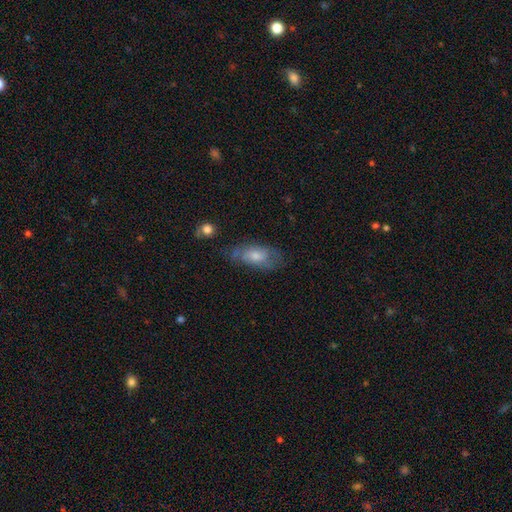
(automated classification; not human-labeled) smooth-or-featured: smooth: 61% | featured or disk: 32% | star or artifact: 7%
  how-rounded: in between: 87% | cigar-shaped: 9% | round: 4%
  merging: none: 54% | minor disturbance: 29% | major disturbance: 13% | merger: 4%